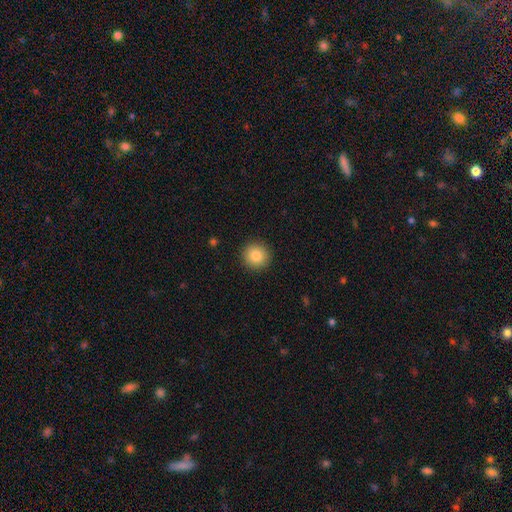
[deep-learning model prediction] smooth 84%, star or artifact 9%, featured or disk 6%. Down the decision tree: how rounded — round (94%); merging — none (92%).